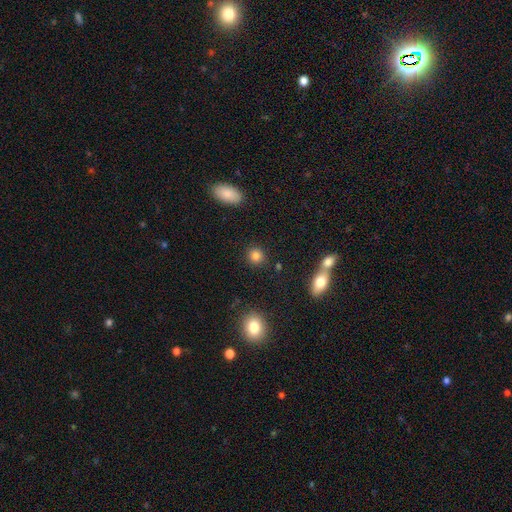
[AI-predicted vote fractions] Morphology: type=smooth (84%); roundness=round (87%); merging=none (88%).